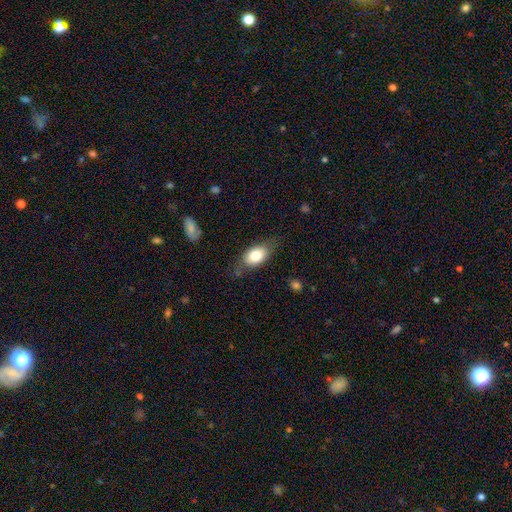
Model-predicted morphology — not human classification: Smooth or featured: smooth — 75% (featured or disk — 18%)
How rounded: in between — 86% (round — 9%)
Merging: none — 68% (minor disturbance — 21%)